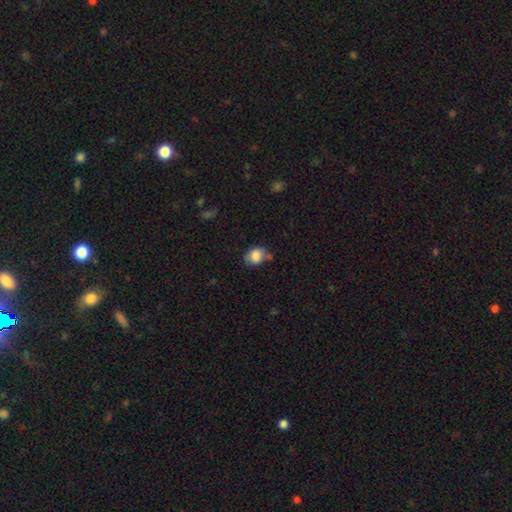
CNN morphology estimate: A smooth galaxy with no disk features (80%) that is in between round and cigar-shaped (52%). Merging: none (56%).